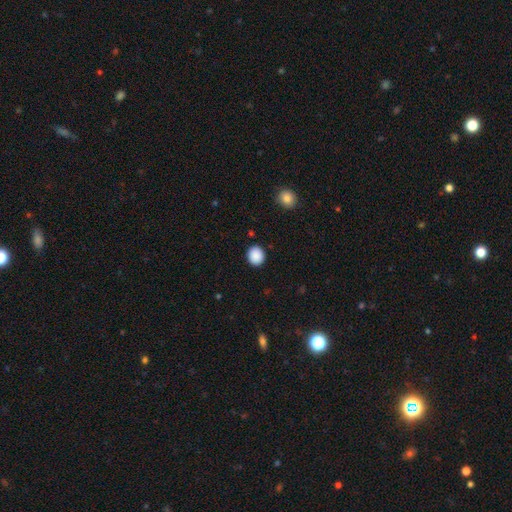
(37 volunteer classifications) Smooth or featured: smooth — 89% (featured or disk — 5%)
How rounded: round — 73% (in between — 27%)
Merging: none — 94% (minor disturbance — 3%)